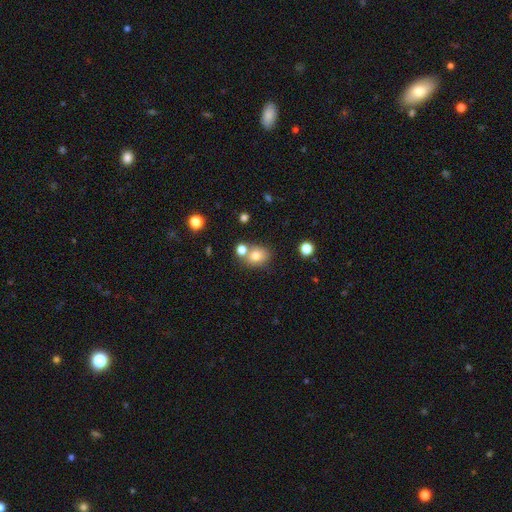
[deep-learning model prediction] smooth 76%, star or artifact 13%, featured or disk 11%. Down the decision tree: how rounded — round (62%); merging — none (61%).